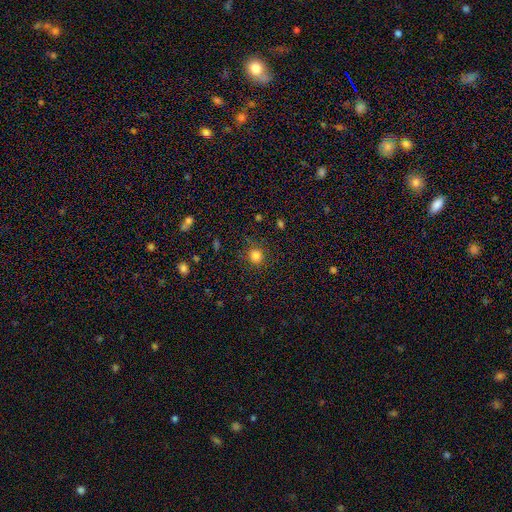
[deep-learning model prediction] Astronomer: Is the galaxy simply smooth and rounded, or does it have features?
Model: smooth — 82%.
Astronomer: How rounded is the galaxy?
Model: round — 92%.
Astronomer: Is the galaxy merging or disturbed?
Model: none — 87%.